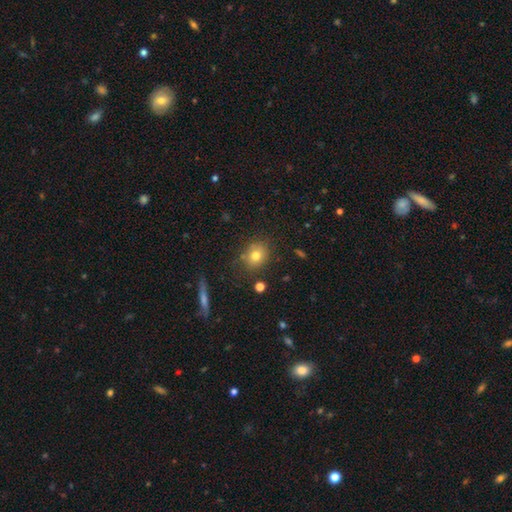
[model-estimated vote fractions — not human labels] smooth-or-featured: smooth: 76% | star or artifact: 12% | featured or disk: 11%
  how-rounded: round: 71% | in between: 28% | cigar-shaped: 1%
  merging: none: 80% | minor disturbance: 13% | merger: 4% | major disturbance: 4%